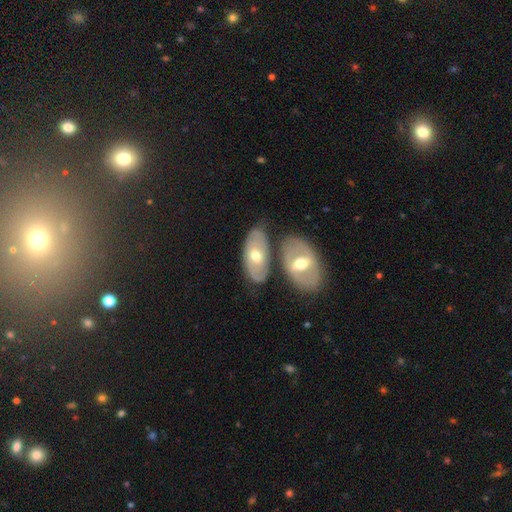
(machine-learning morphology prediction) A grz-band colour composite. It shows a featured or disk galaxy (60%) with no bar (68%), no spiral arms (58%) and a moderate central bulge (76%). Merging: none (63%).